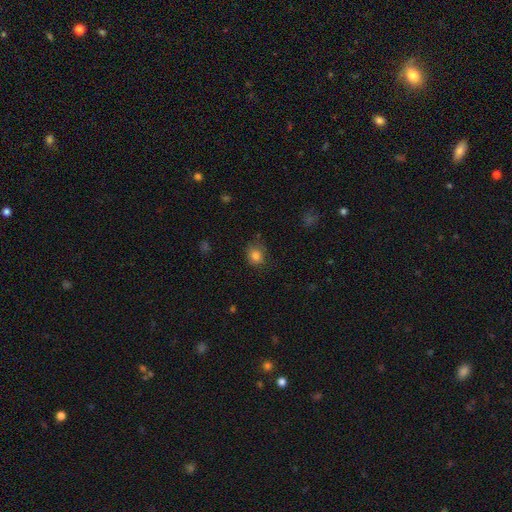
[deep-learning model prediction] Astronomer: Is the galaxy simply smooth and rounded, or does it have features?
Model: smooth — 82%.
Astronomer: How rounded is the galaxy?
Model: round — 71%.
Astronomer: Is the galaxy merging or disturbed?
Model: none — 71%.